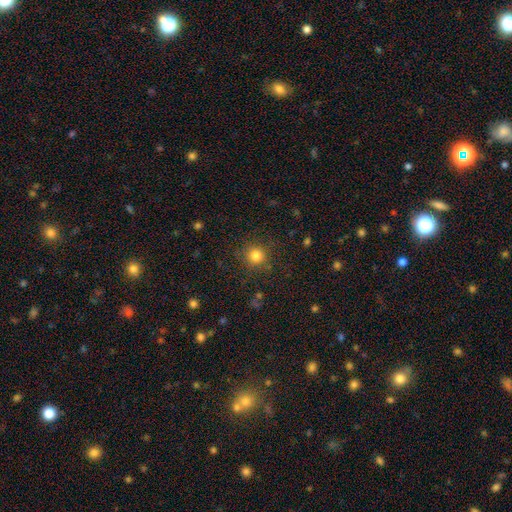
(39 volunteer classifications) Smooth or featured: smooth — 85% (featured or disk — 13%)
How rounded: round — 88% (in between — 12%)
Merging: none — 84% (minor disturbance — 8%)